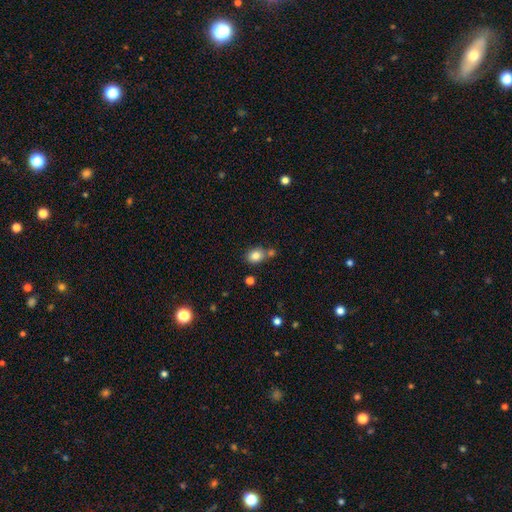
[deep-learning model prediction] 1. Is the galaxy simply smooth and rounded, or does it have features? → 82% smooth, 11% star or artifact, 8% featured or disk.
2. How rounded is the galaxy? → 55% round, 44% in between, 1% cigar-shaped.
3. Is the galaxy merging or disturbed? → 60% none, 23% merger, 13% minor disturbance, 4% major disturbance.